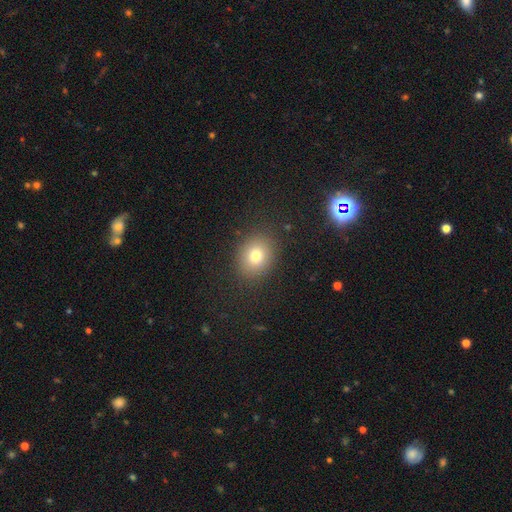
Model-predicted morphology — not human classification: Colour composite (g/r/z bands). It shows a smooth galaxy with no disk features (77%) that is round (55%). Merging: none (87%).